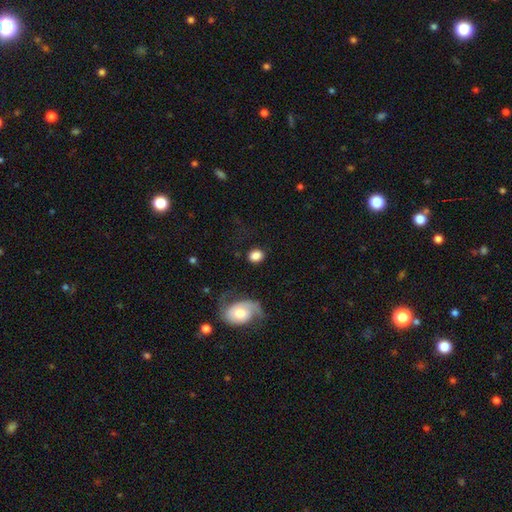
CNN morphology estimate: type=smooth (80%); roundness=round (53%); merging=none (74%).